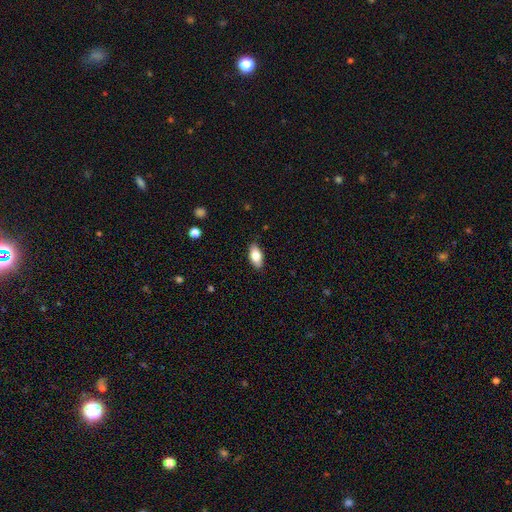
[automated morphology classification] type=smooth (80%); roundness=in between (88%); merging=none (86%).